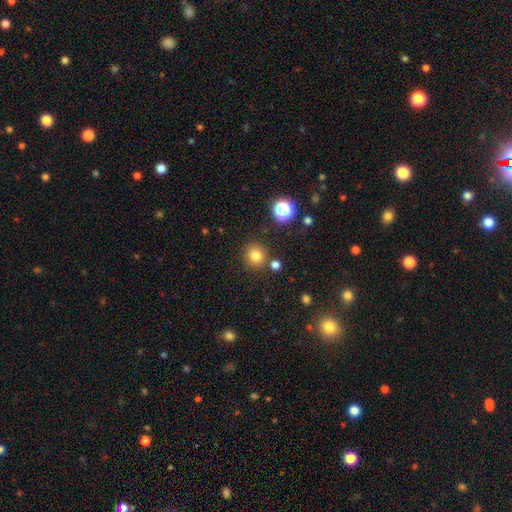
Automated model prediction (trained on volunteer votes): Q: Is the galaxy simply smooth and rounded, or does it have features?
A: smooth — 79%.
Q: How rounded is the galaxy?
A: round — 90%.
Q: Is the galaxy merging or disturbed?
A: none — 83%.